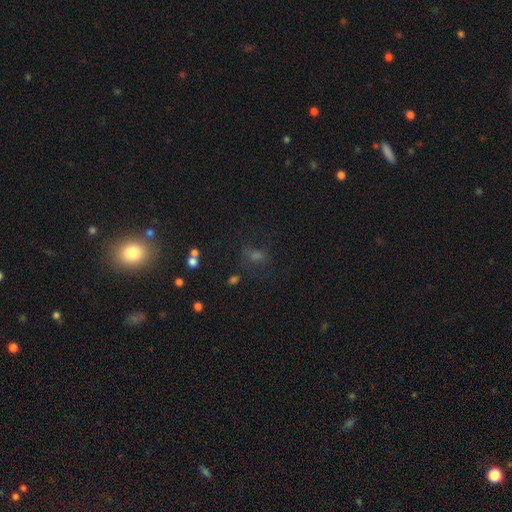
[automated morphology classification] Smooth or featured? Predicted: smooth (p=0.44). Merging? Predicted: none (p=0.64).